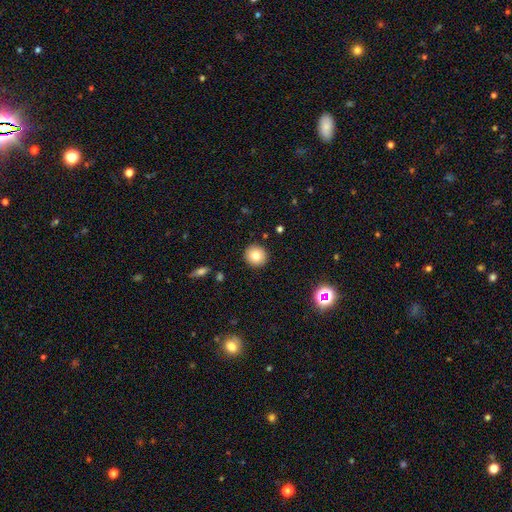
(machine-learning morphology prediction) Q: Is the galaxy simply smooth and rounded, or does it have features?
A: smooth — 80%.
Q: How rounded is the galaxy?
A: round — 92%.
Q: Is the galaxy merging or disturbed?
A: none — 92%.